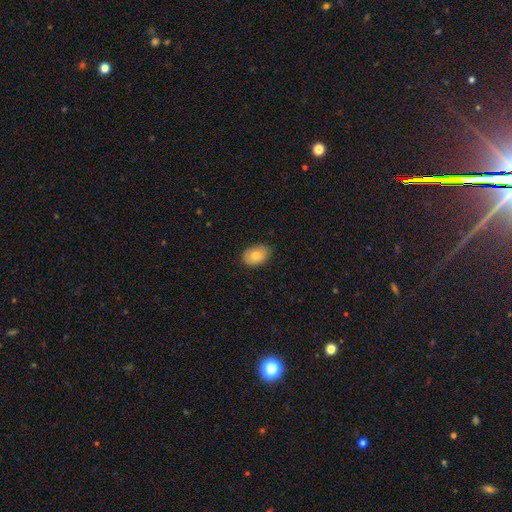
smooth-or-featured: smooth: 67% | featured or disk: 26% | star or artifact: 8%
  how-rounded: in between: 88% | round: 12% | cigar-shaped: 0%
  merging: none: 92% | minor disturbance: 8% | major disturbance: 0% | merger: 0%